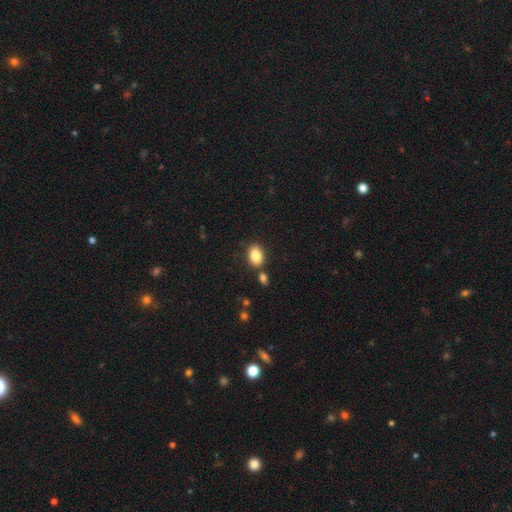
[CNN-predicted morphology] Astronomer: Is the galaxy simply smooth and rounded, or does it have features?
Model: smooth — 85%.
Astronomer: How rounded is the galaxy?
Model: in between — 83%.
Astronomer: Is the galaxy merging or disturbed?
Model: none — 76%.